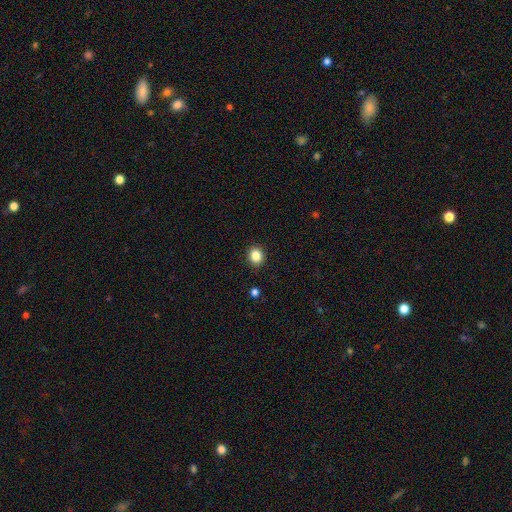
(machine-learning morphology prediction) smooth-or-featured: smooth: 85% | star or artifact: 11% | featured or disk: 4%
  how-rounded: round: 73% | in between: 26% | cigar-shaped: 1%
  merging: none: 90% | minor disturbance: 7% | major disturbance: 2% | merger: 1%